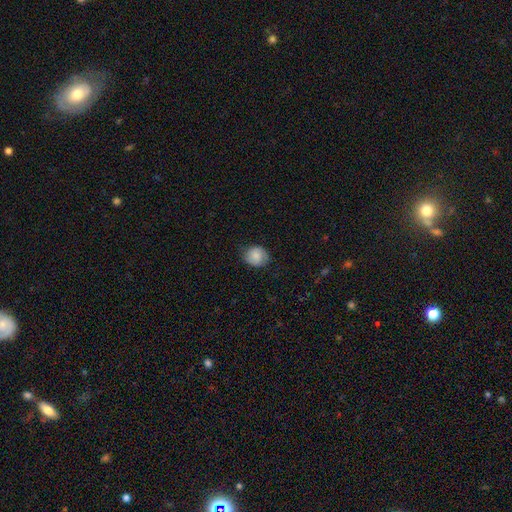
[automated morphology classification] Smooth or featured?
  - smooth: 76% *
  - featured or disk: 17%
  - star or artifact: 8%
How rounded?
  - round: 69% *
  - in between: 30%
  - cigar-shaped: 1%
Merging?
  - none: 75% *
  - minor disturbance: 20%
  - major disturbance: 4%
  - merger: 1%